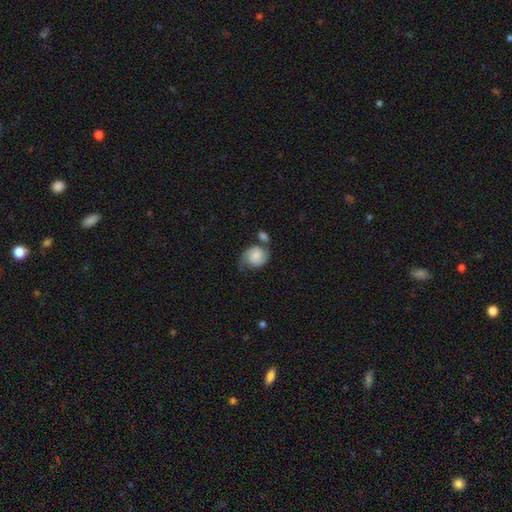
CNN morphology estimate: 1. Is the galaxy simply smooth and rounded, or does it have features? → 50% smooth, 41% featured or disk, 8% star or artifact.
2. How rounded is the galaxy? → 62% round, 37% in between, 1% cigar-shaped.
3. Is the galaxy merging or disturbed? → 39% none, 26% minor disturbance, 21% merger, 14% major disturbance.